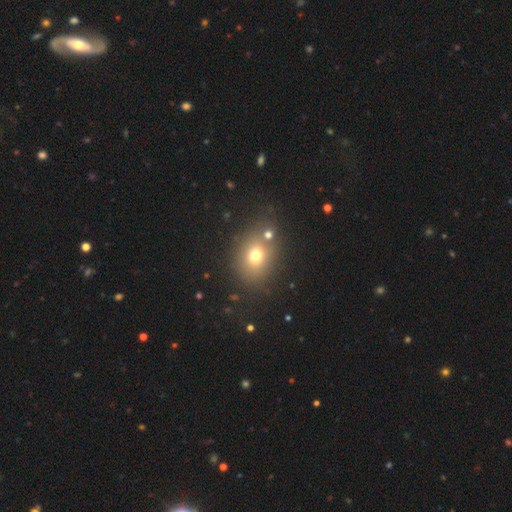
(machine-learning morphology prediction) type=smooth (69%); roundness=round (54%); merging=none (68%).